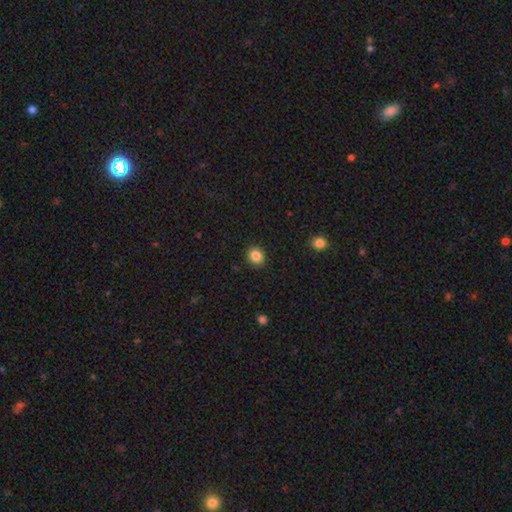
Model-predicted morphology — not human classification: Smooth or featured: smooth — 86% (star or artifact — 10%)
How rounded: round — 67% (in between — 32%)
Merging: none — 90% (minor disturbance — 7%)